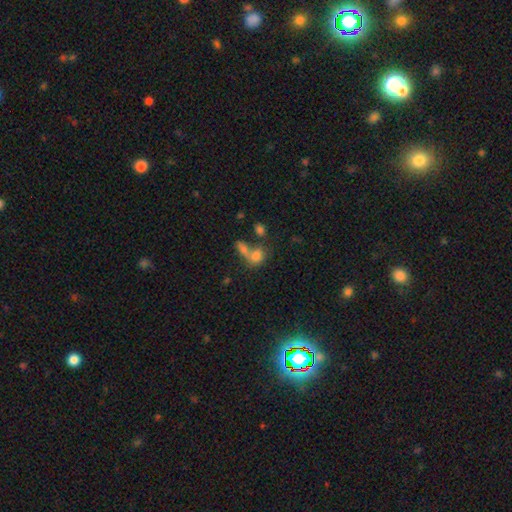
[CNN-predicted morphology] Overall: smooth (75%). How rounded: in between (49%; round 48%). Merging: merger (50%; none 33%).